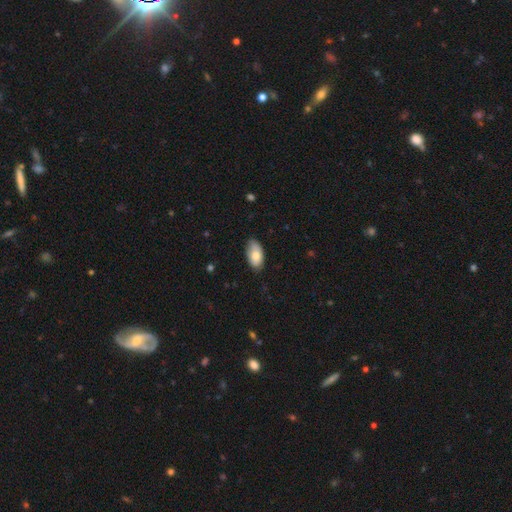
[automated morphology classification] Smooth or featured? Predicted: smooth (p=0.79). How rounded? Predicted: in between (p=0.94). Merging? Predicted: none (p=0.76).